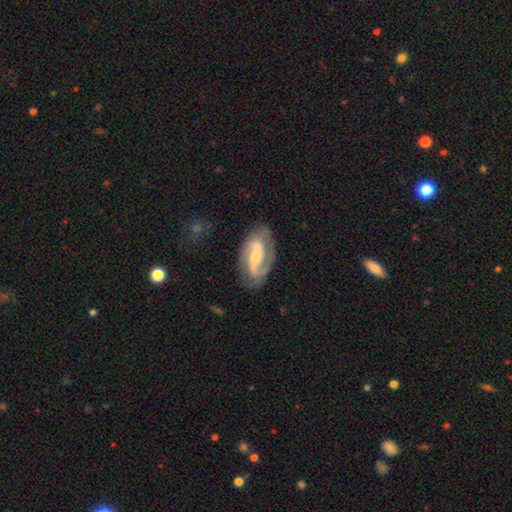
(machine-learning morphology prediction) Overall: featured or disk (83%). Edge-on disk: no (96%). Bar: weak (40%; strong 35%). Spiral arms: yes (95%). Spiral arm count: 2 (85%). Spiral winding: medium (46%; loose 30%). Bulge size: small (50%; moderate 42%). Merging: none (76%).